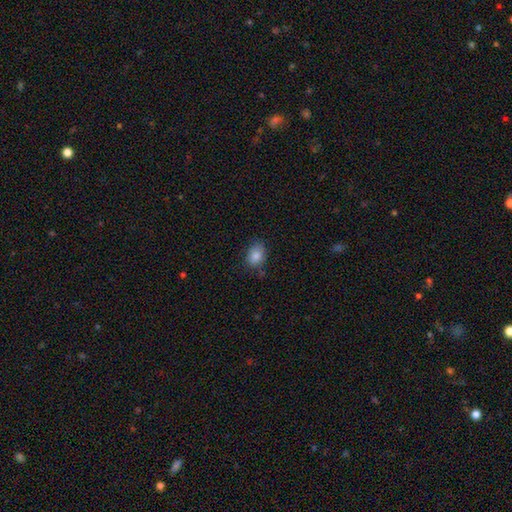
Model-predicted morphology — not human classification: smooth 85%, star or artifact 9%, featured or disk 6%. Down the decision tree: how rounded — in between (70%); merging — none (73%).